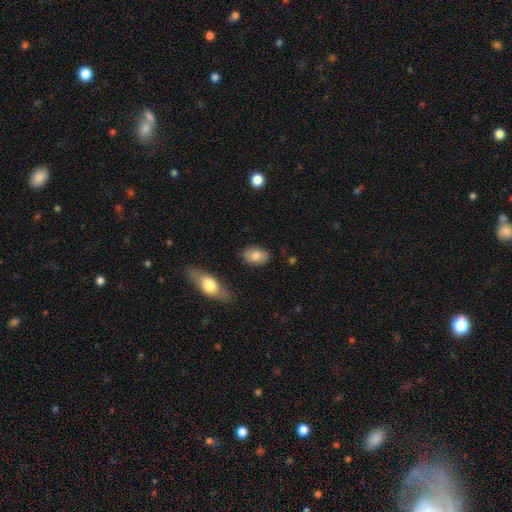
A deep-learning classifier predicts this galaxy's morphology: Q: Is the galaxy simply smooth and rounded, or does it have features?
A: smooth — 79%.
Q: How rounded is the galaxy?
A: in between — 82%.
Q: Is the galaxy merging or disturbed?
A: none — 84%.